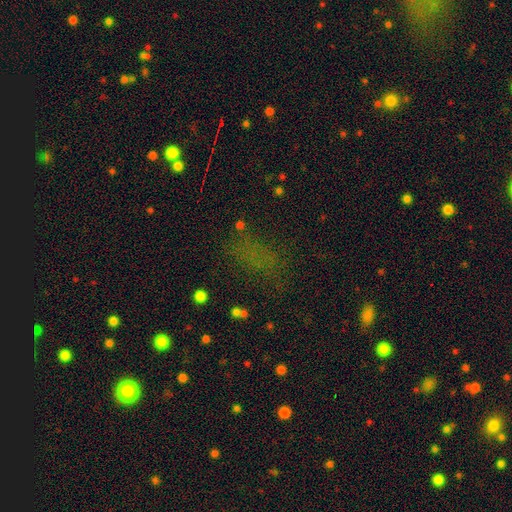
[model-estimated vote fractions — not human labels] A smooth galaxy with no disk features (45%).

Vote fractions:
- Smooth or featured? smooth: 45% / star or artifact: 42% / featured or disk: 13%
- Merging? none: 61% / major disturbance: 17% / minor disturbance: 17% / merger: 4%